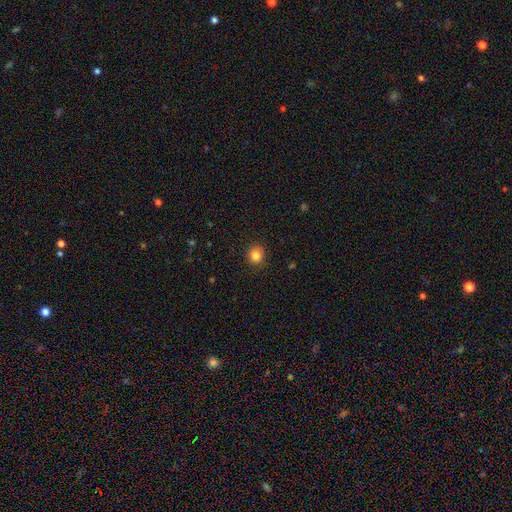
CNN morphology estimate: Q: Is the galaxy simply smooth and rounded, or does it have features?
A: smooth — 83%.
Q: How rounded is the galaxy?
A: round — 84%.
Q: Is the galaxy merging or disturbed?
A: none — 85%.